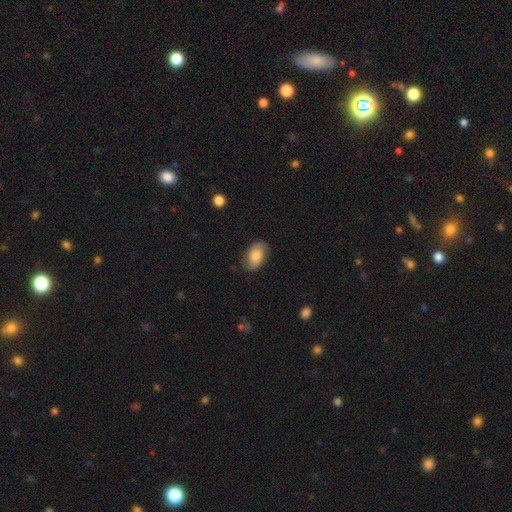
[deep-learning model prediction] This is possibly a smooth galaxy (59%). How rounded: clearly in between (90%). Merging: likely none (75%).